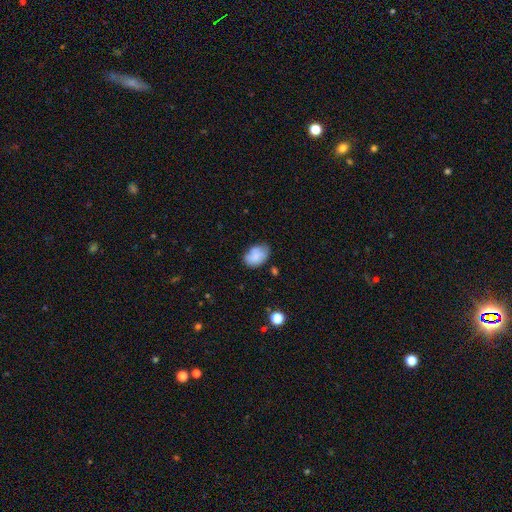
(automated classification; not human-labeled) Overall: smooth (79%). How rounded: in between (82%). Merging: none (62%; minor disturbance 26%).